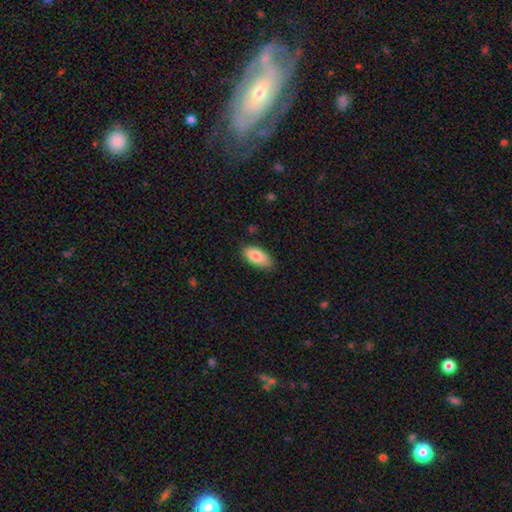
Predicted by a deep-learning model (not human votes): Smooth or featured?
  - smooth: 84% *
  - featured or disk: 9%
  - star or artifact: 7%
How rounded?
  - in between: 91% *
  - cigar-shaped: 6%
  - round: 3%
Merging?
  - none: 75% *
  - minor disturbance: 20%
  - major disturbance: 3%
  - merger: 1%